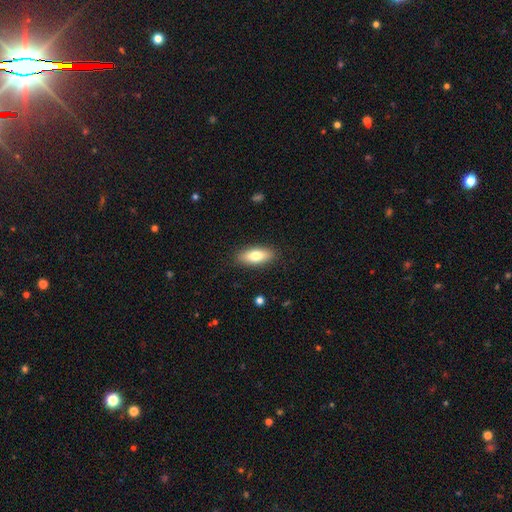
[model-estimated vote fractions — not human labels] This appears to be a smooth galaxy with no disk features (75%) that is in between round and cigar-shaped (76%). Merging: none (88%).